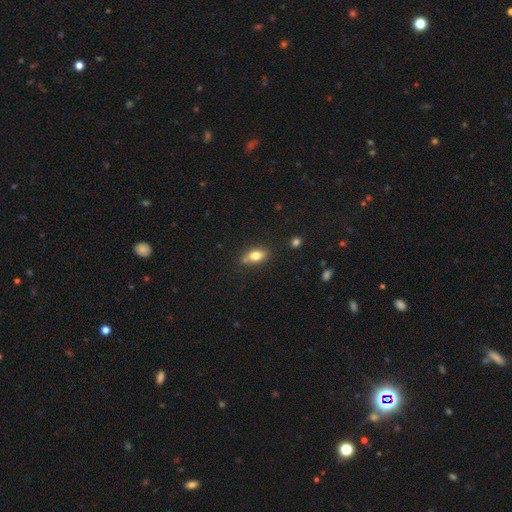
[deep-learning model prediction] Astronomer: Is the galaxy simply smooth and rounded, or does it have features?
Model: smooth — 76%.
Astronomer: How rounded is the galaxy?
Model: in between — 81%.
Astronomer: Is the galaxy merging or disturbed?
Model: none — 69%.